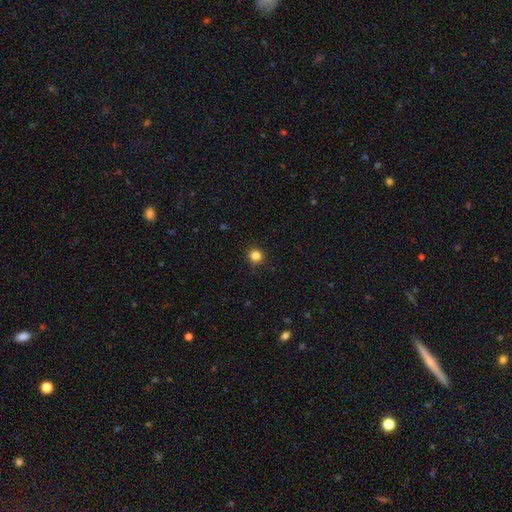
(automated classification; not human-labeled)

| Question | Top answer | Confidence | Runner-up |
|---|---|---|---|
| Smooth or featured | smooth | 84% | star or artifact (13%) |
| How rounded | round | 93% | in between (6%) |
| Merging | none | 91% | minor disturbance (6%) |